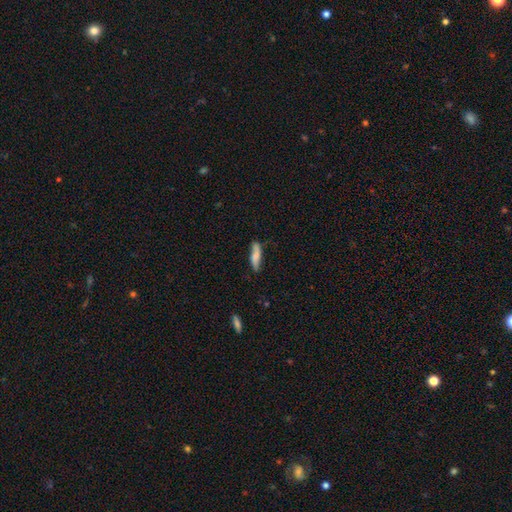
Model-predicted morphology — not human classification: A smooth galaxy with no disk features (71%) that is cigar-shaped (69%). Merging: none (71%).